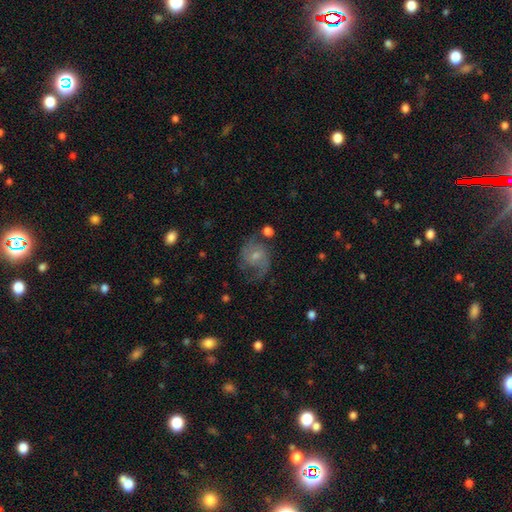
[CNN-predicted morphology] A featured or disk galaxy (72%) with no bar (56%), 2 (82%) medium (48%) spiral arms (91%) and a small central bulge (49%).

Vote fractions:
- Smooth or featured? featured or disk: 72% / smooth: 20% / star or artifact: 8%
- Edge-on disk? no: 98% / yes: 2%
- Bar? no: 56% / weak: 38% / strong: 6%
- Spiral arms? yes: 91% / no: 9%
- Spiral winding? medium: 48% / loose: 37% / tight: 16%
- Spiral arm count? 2: 82% / can't tell: 7% / 1: 6% / 3: 2% / 4: 1% / more than 4: 1%
- Bulge size? small: 49% / moderate: 41% / none: 5% / large: 3% / dominant: 1%
- Merging? none: 57% / minor disturbance: 21% / major disturbance: 17% / merger: 5%